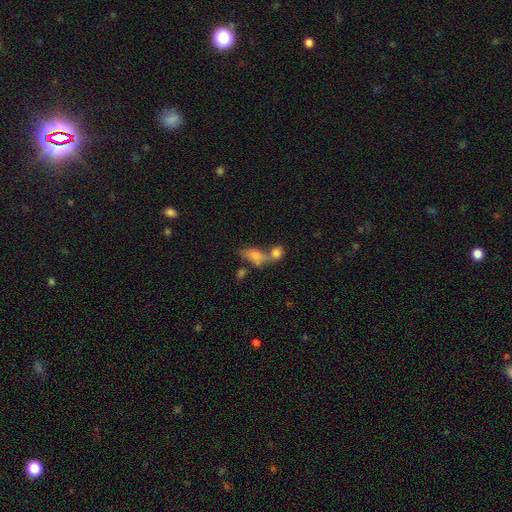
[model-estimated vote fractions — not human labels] Smooth or featured? smooth (67%)
How rounded? in between (72%)
Merging? merger (53%)